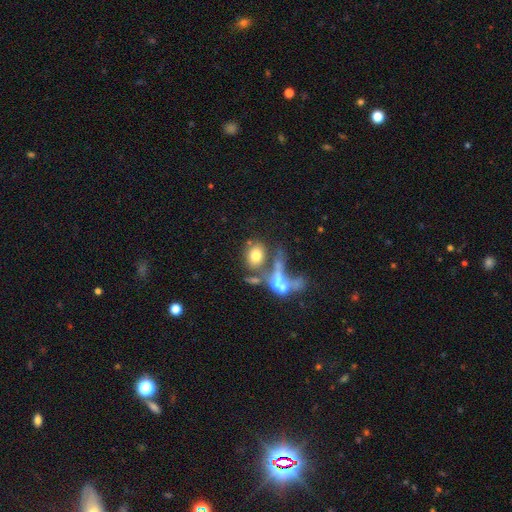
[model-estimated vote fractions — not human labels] This appears to be a smooth galaxy with no disk features (65%) that is in between round and cigar-shaped (63%). Merging: merger (41%).